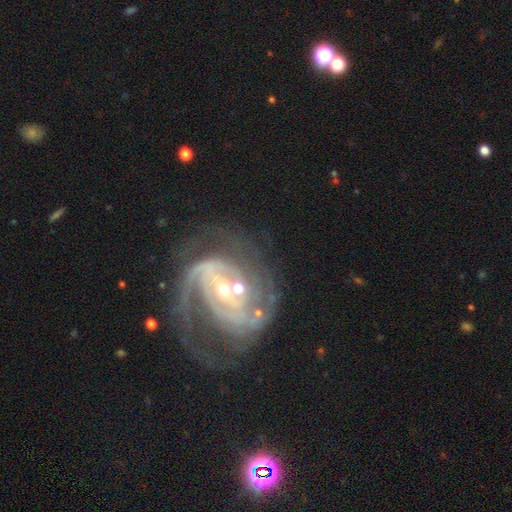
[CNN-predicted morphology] Smooth or featured?
  - featured or disk: 87% *
  - star or artifact: 8%
  - smooth: 5%
Edge-on disk?
  - no: 97% *
  - yes: 3%
Bar?
  - weak: 37% *
  - strong: 32%
  - no: 31%
Spiral arms?
  - yes: 94% *
  - no: 6%
Spiral winding?
  - medium: 47% *
  - tight: 34%
  - loose: 19%
Spiral arm count?
  - 2: 57% *
  - can't tell: 17%
  - 3: 11%
  - 1: 7%
  - 4: 5%
  - more than 4: 4%
Bulge size?
  - small: 68% *
  - moderate: 26%
  - none: 2%
  - large: 2%
  - dominant: 1%
Merging?
  - none: 49% *
  - major disturbance: 25%
  - minor disturbance: 18%
  - merger: 8%